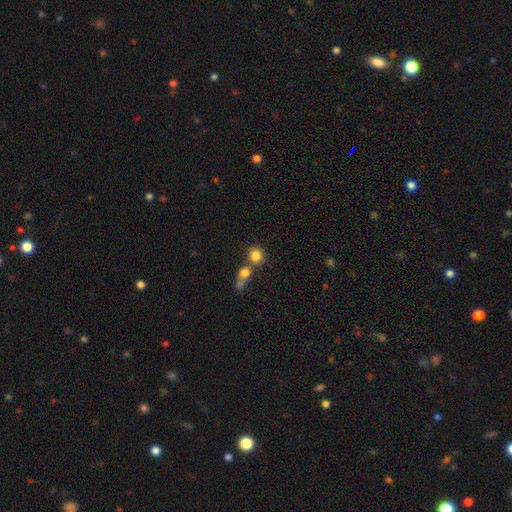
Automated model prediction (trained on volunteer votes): Overall: smooth (82%). How rounded: round (84%). Merging: none (49%; merger 38%).